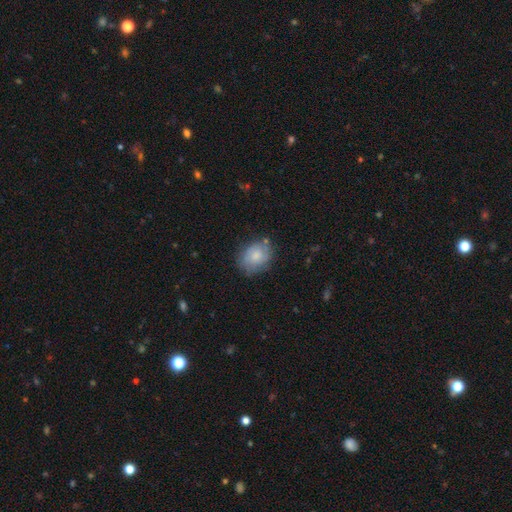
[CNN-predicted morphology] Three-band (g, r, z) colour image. It shows a smooth galaxy with no disk features (67%) that is in between round and cigar-shaped (56%). Merging: none (67%).